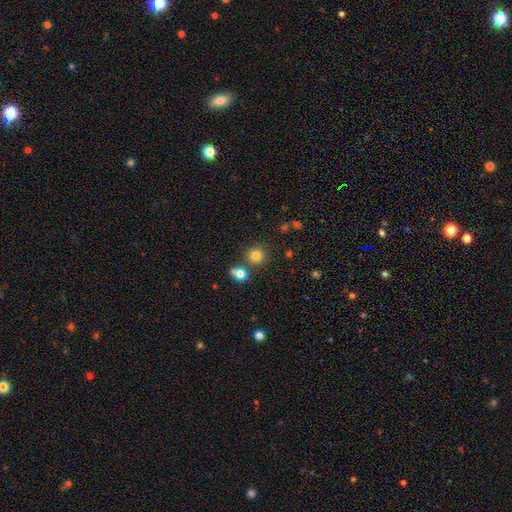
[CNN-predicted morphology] This is likely a smooth galaxy (80%). How rounded: clearly round (90%). Merging: likely none (74%).